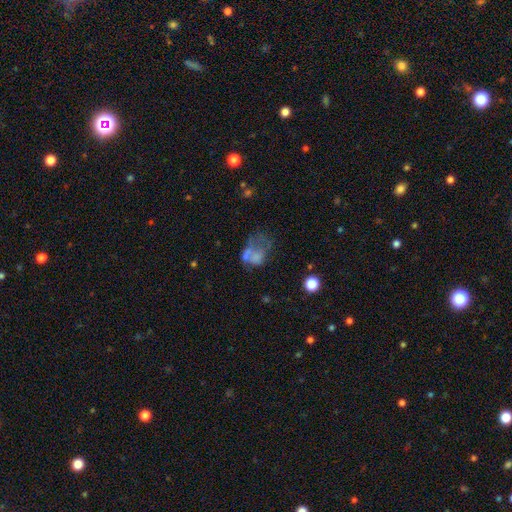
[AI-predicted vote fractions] This is possibly a smooth galaxy (46%). Merging: marginally major disturbance (41%).